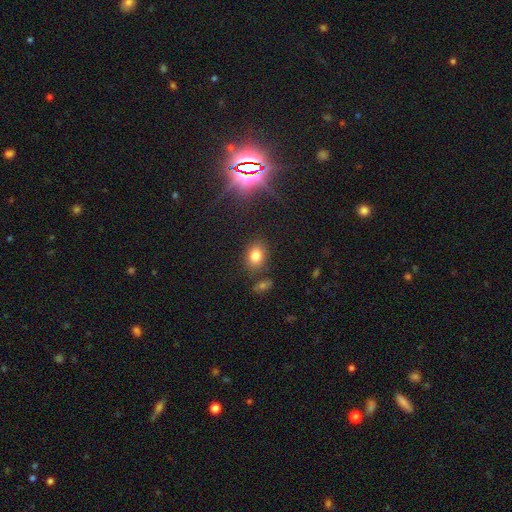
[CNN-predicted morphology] Q: Smooth or featured?
A: smooth (78%); runner-up: star or artifact (14%)
Q: How rounded?
A: in between (68%); runner-up: round (31%)
Q: Merging?
A: none (78%); runner-up: minor disturbance (12%)